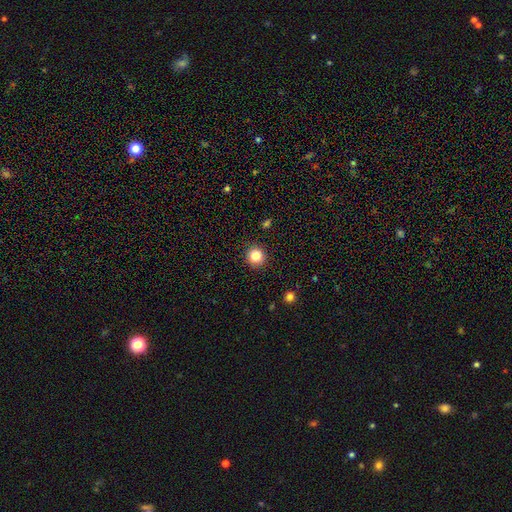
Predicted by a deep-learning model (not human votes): Smooth or featured? Predicted: smooth (p=0.84). How rounded? Predicted: round (p=0.93). Merging? Predicted: none (p=0.92).